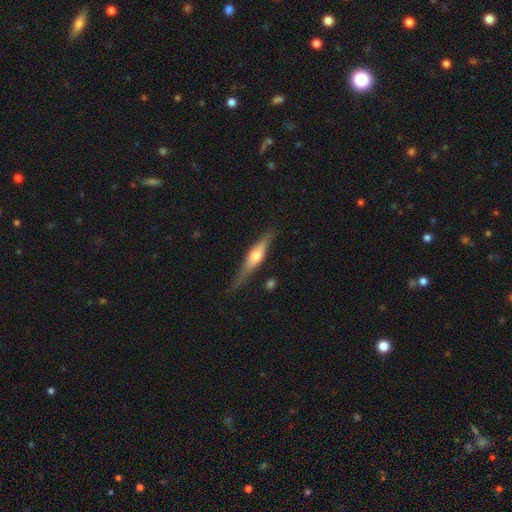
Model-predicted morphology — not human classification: Smooth or featured: featured or disk — 65% (smooth — 29%)
Edge-on disk: yes — 96% (no — 4%)
Edge-on bulge: rounded — 87% (boxy — 9%)
Merging: none — 78% (minor disturbance — 16%)